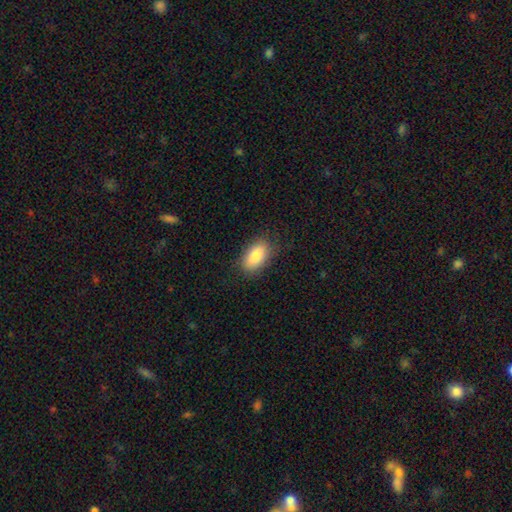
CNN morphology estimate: Smooth or featured? smooth (85%)
How rounded? in between (92%)
Merging? none (82%)